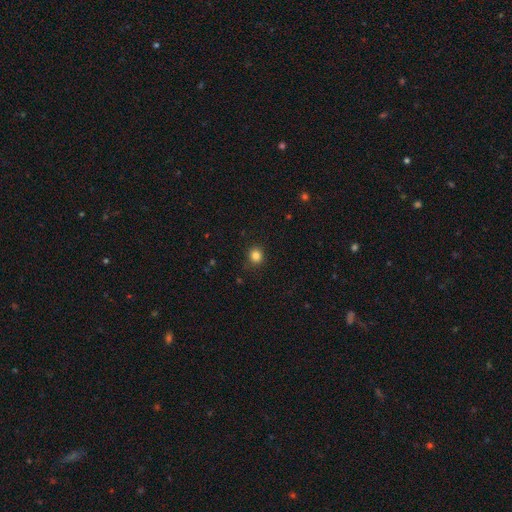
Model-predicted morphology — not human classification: A smooth galaxy with no disk features (84%) that is round (86%).

Vote fractions:
- Smooth or featured? smooth: 84% / star or artifact: 12% / featured or disk: 4%
- How rounded? round: 86% / in between: 13% / cigar-shaped: 1%
- Merging? none: 88% / minor disturbance: 9% / major disturbance: 2% / merger: 1%